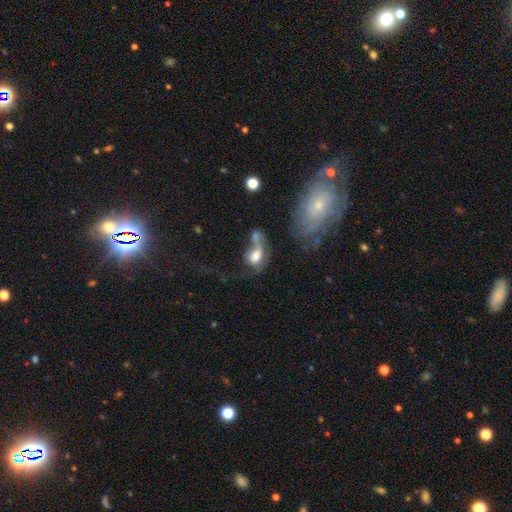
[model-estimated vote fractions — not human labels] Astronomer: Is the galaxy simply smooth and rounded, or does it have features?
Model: smooth — 54% (runner-up: featured or disk, 35%).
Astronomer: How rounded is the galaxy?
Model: in between — 72%.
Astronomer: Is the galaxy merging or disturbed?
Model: major disturbance — 36% (runner-up: merger, 35%).